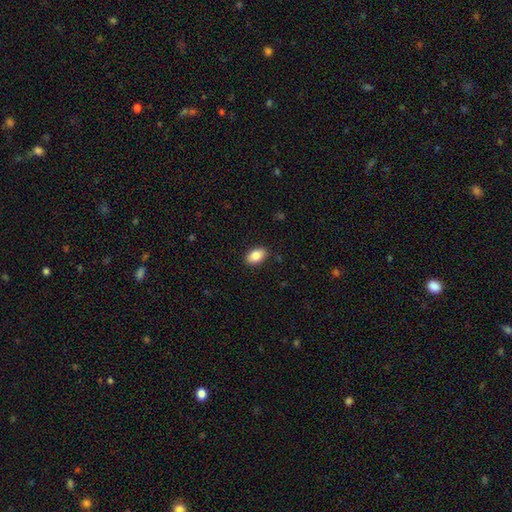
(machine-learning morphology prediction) smooth 85%, featured or disk 7%, star or artifact 7%. Down the decision tree: how rounded — in between (91%); merging — none (88%).